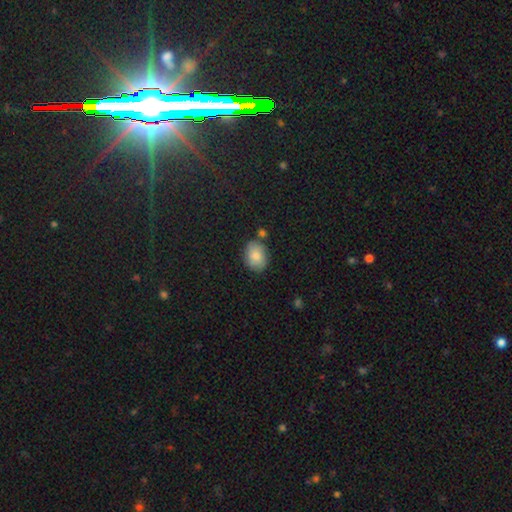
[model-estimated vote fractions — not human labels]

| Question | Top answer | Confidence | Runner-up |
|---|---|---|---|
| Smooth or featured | smooth | 79% | featured or disk (12%) |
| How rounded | in between | 63% | round (36%) |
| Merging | none | 73% | minor disturbance (17%) |